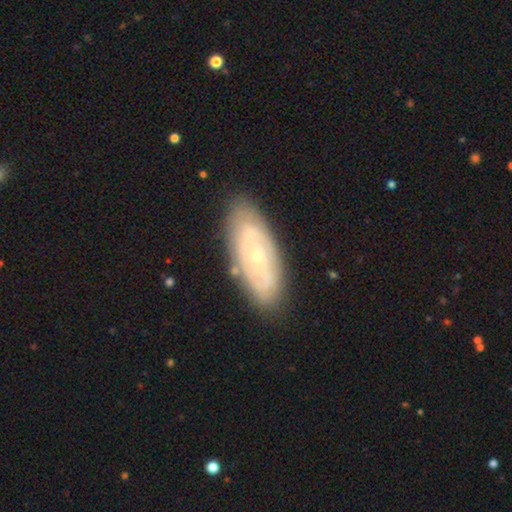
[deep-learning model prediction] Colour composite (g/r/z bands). It shows a featured or disk galaxy (67%) with no bar (73%), spiral arms (82%) and a small central bulge (74%). Merging: none (82%).